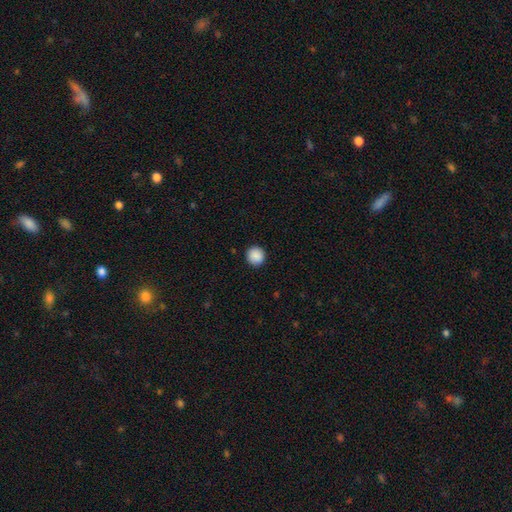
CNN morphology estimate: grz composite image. It shows a smooth galaxy with no disk features (89%) that is round (94%). Merging: none (92%).